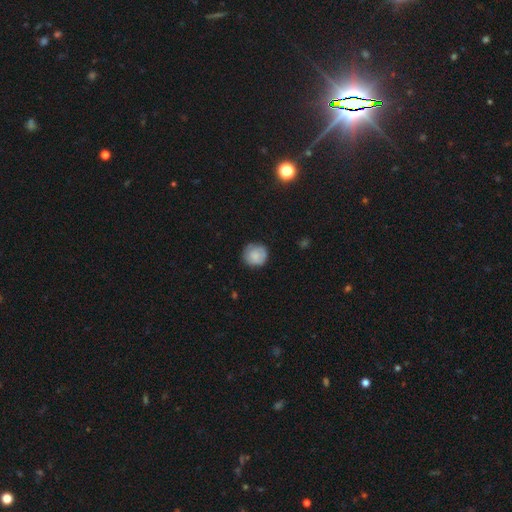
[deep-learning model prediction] Smooth or featured? smooth (77%)
How rounded? round (91%)
Merging? none (79%)